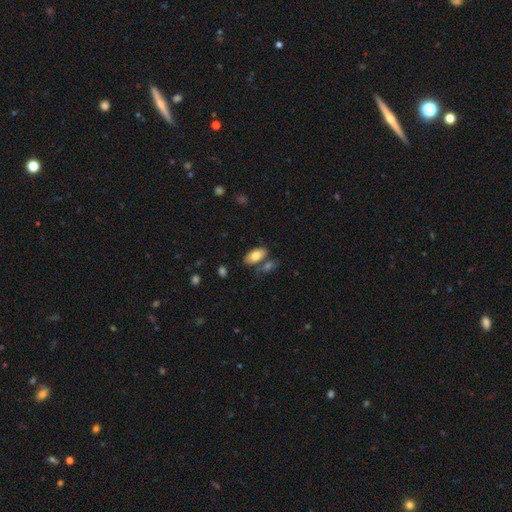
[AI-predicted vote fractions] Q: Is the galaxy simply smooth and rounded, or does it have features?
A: smooth — 80%.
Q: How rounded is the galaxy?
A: in between — 93%.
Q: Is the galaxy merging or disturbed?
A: none — 66%.